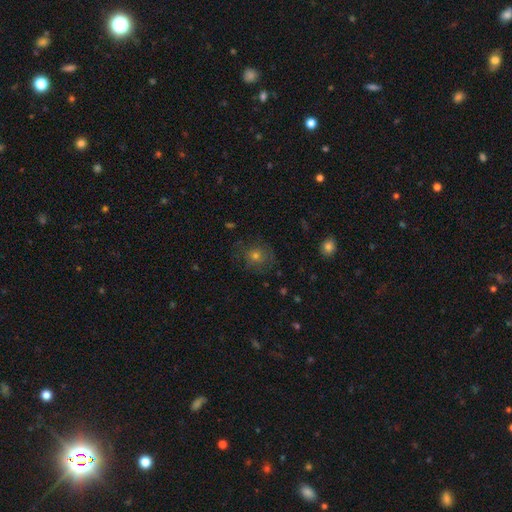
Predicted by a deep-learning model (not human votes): The model was most divided on "smooth or featured": smooth: 54%, featured or disk: 25%, star or artifact: 21%. More confident: how rounded — round (81%); merging — none (73%).